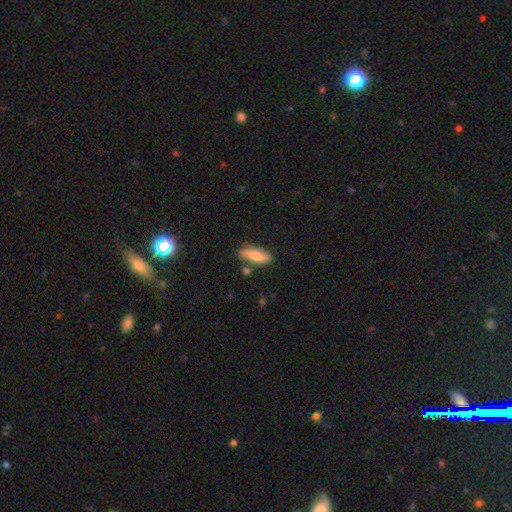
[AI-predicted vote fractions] smooth_or_featured: smooth (p=0.77) [alt: featured or disk p=0.17]
how_rounded: in between (p=0.64) [alt: cigar-shaped p=0.34]
merging: none (p=0.74) [alt: minor disturbance p=0.17]